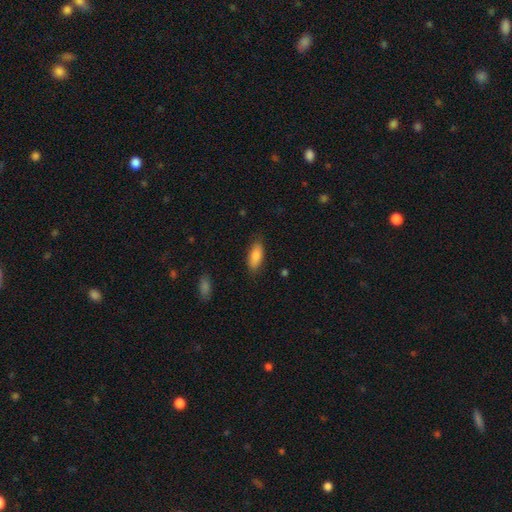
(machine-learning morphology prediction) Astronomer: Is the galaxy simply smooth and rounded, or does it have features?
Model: smooth — 85%.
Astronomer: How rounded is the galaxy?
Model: in between — 80%.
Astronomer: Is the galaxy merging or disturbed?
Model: none — 83%.